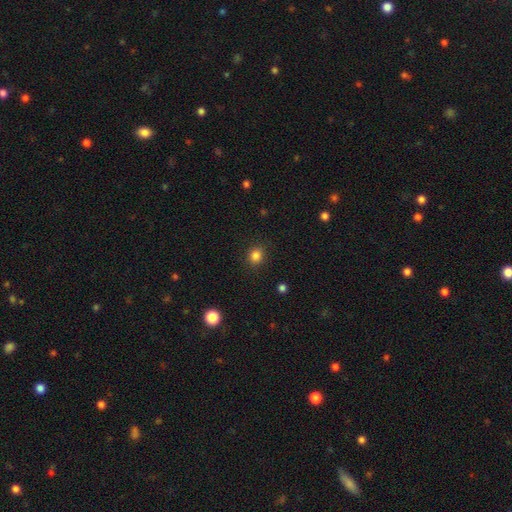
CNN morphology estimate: Smooth or featured?
  - smooth: 84% *
  - star or artifact: 12%
  - featured or disk: 4%
How rounded?
  - round: 75% *
  - in between: 24%
  - cigar-shaped: 1%
Merging?
  - none: 89% *
  - minor disturbance: 8%
  - major disturbance: 2%
  - merger: 1%